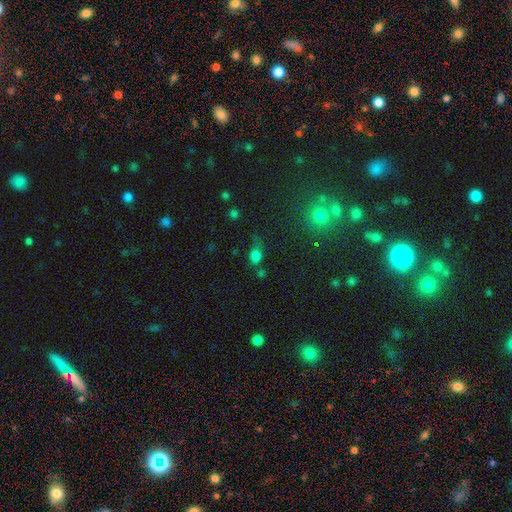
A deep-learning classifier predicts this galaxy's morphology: Smooth or featured: smooth — 73% (star or artifact — 19%)
How rounded: in between — 50% (round — 46%)
Merging: none — 45% (minor disturbance — 27%)